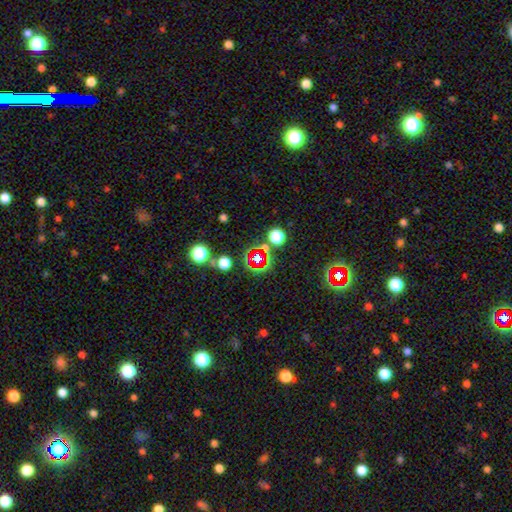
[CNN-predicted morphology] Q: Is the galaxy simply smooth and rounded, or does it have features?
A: star or artifact — 56%.